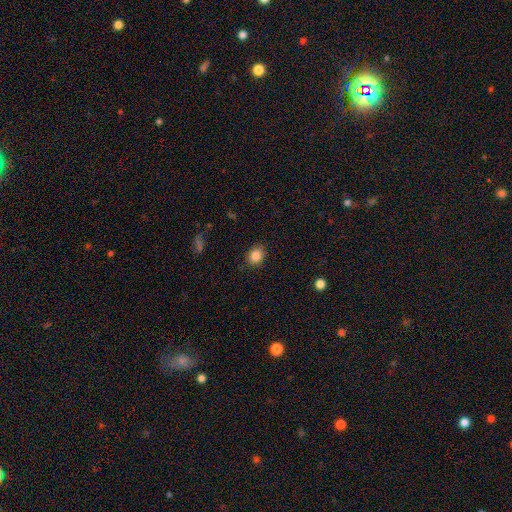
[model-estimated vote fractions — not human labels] Smooth or featured?
  - smooth: 85% *
  - star or artifact: 10%
  - featured or disk: 5%
How rounded?
  - round: 51% *
  - in between: 48%
  - cigar-shaped: 1%
Merging?
  - none: 86% *
  - minor disturbance: 11%
  - major disturbance: 3%
  - merger: 1%